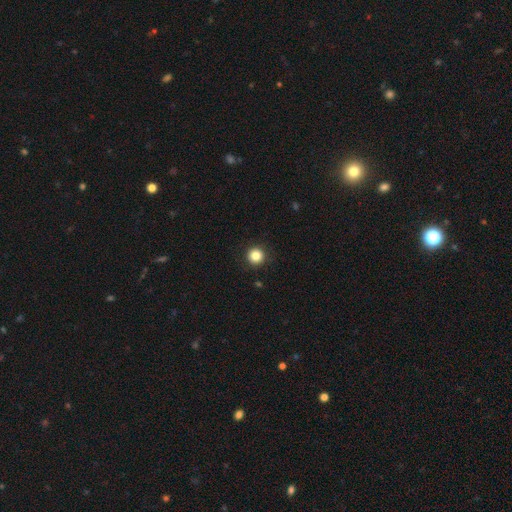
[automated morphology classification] Overall: smooth (84%). How rounded: round (96%). Merging: none (92%).